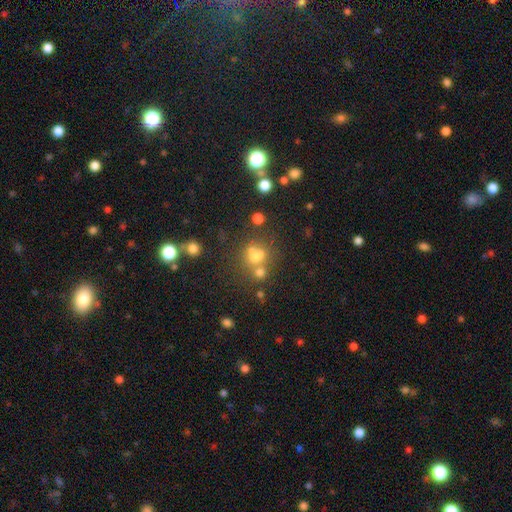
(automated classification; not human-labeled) Q: Smooth or featured?
A: smooth (59%); runner-up: star or artifact (23%)
Q: How rounded?
A: round (75%); runner-up: in between (24%)
Q: Merging?
A: none (46%); runner-up: merger (37%)